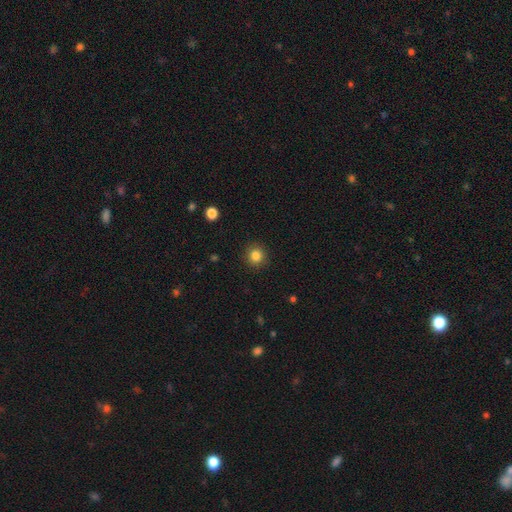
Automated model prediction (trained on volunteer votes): This is clearly a smooth galaxy (84%). How rounded: clearly round (93%). Merging: clearly none (91%).